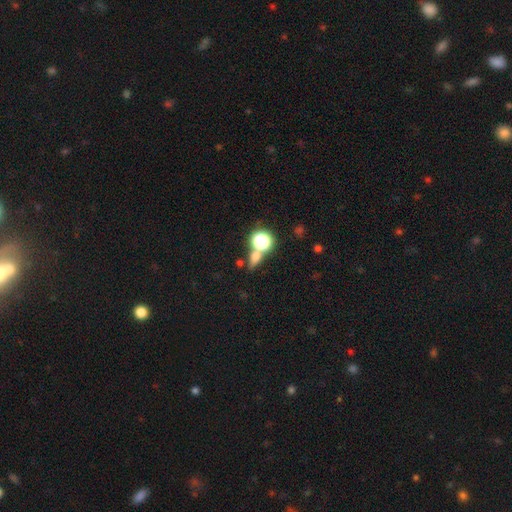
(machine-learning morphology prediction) The model was most divided on "how rounded": round: 50%, in between: 40%, cigar-shaped: 10%. More confident: smooth or featured — smooth (61%); merging — none (55%).